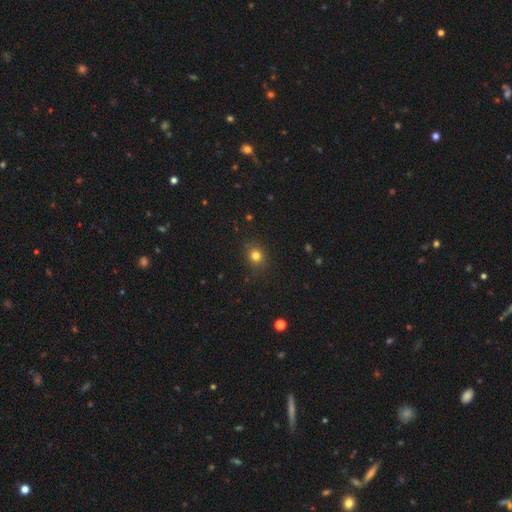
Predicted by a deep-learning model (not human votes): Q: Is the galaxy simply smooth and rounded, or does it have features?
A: smooth — 80%.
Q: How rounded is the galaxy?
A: round — 68%.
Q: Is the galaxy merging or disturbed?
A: none — 86%.